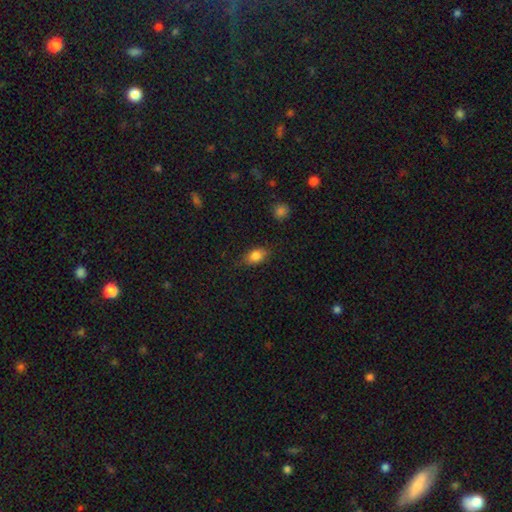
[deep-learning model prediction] smooth_or_featured: smooth (p=0.83) [alt: featured or disk p=0.09]
how_rounded: in between (p=0.83) [alt: round p=0.13]
merging: none (p=0.78) [alt: minor disturbance p=0.17]